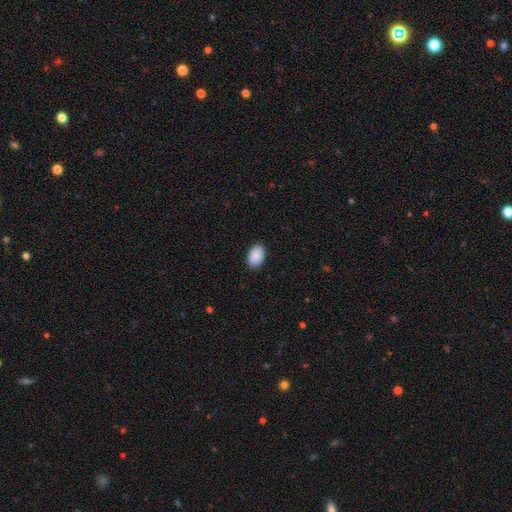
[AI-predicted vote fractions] Morphology: type=smooth (91%); roundness=in between (87%); merging=none (90%).